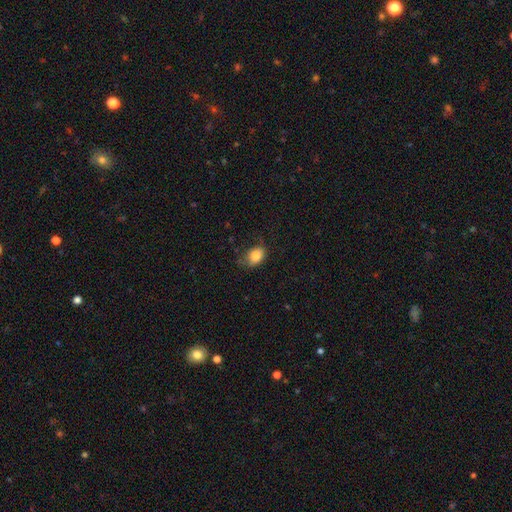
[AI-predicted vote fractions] Overall: smooth (84%). How rounded: in between (74%). Merging: none (59%; minor disturbance 30%).